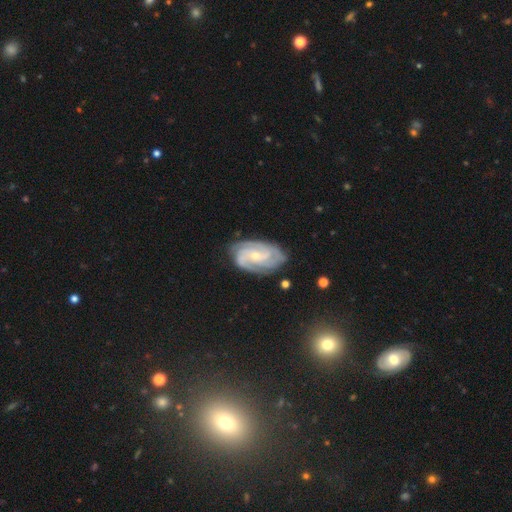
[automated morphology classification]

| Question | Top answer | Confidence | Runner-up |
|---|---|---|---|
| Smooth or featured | featured or disk | 88% | smooth (7%) |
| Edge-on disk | no | 97% | yes (3%) |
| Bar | no | 60% | weak (31%) |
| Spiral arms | yes | 98% | no (2%) |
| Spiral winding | tight | 65% | medium (30%) |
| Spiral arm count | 3 | 37% | 2 (21%) |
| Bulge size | small | 68% | moderate (29%) |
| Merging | none | 76% | minor disturbance (18%) |